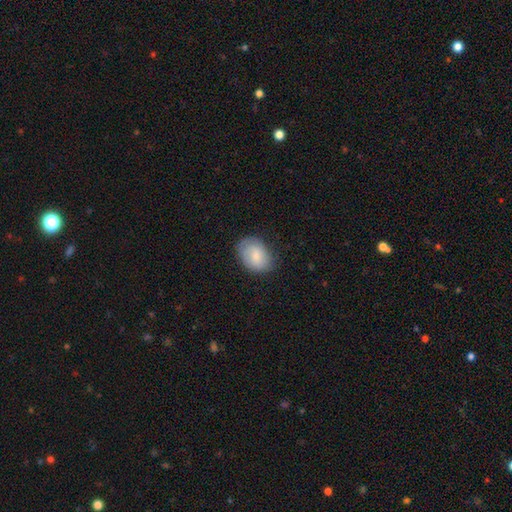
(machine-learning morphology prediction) Smooth or featured?
  - smooth: 67% *
  - featured or disk: 26%
  - star or artifact: 7%
How rounded?
  - in between: 75% *
  - round: 24%
  - cigar-shaped: 1%
Merging?
  - none: 71% *
  - minor disturbance: 22%
  - major disturbance: 6%
  - merger: 1%